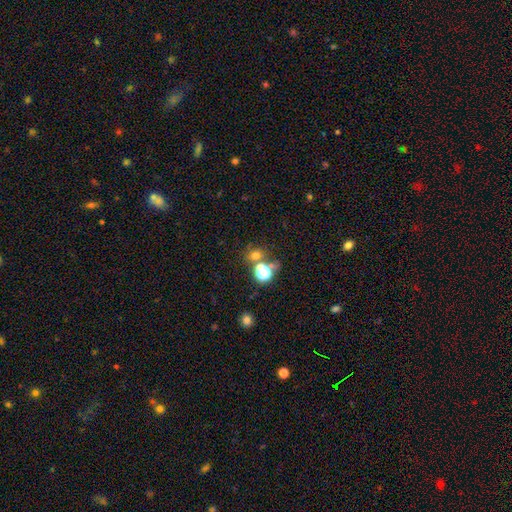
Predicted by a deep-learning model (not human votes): This appears to be a smooth galaxy with no disk features (58%) that is round (67%). Merging: none (57%).